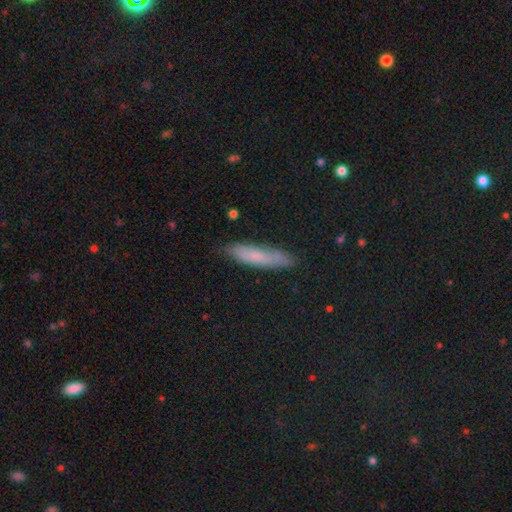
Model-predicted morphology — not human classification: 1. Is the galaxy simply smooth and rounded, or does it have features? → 67% smooth, 23% featured or disk, 10% star or artifact.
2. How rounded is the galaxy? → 82% cigar-shaped, 16% in between, 2% round.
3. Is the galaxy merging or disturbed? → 81% none, 14% minor disturbance, 3% major disturbance, 2% merger.